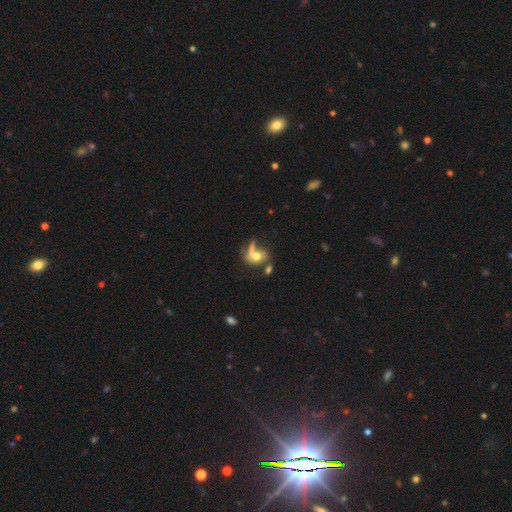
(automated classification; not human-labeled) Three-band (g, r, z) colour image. It shows a smooth galaxy with no disk features (52%) that is in between round and cigar-shaped (55%). Merging: merger (32%).